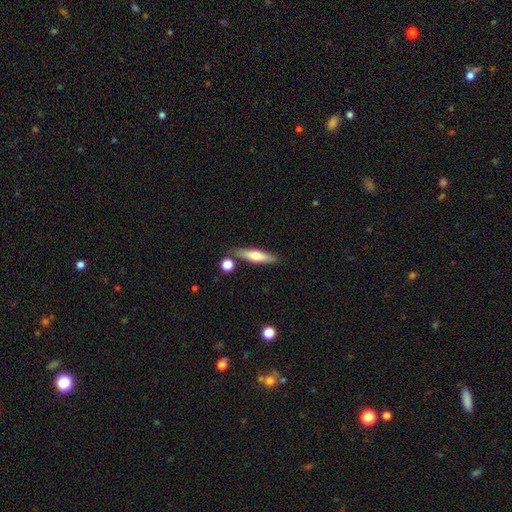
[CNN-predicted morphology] Smooth or featured? Predicted: smooth (p=0.53). How rounded? Predicted: cigar-shaped (p=0.74). Merging? Predicted: none (p=0.80).